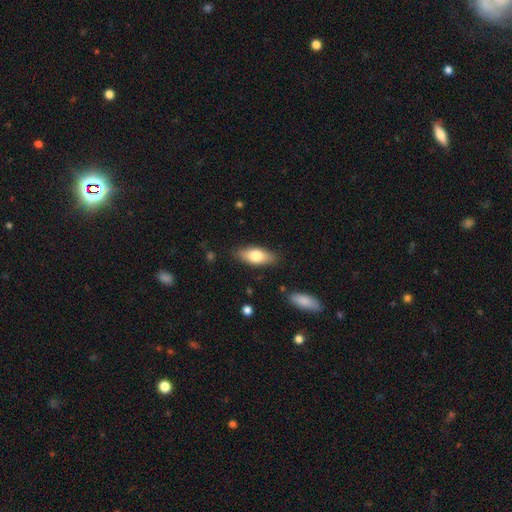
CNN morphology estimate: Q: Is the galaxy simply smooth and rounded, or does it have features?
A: smooth — 71%.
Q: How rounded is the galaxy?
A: in between — 80%.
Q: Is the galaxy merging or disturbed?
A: none — 85%.